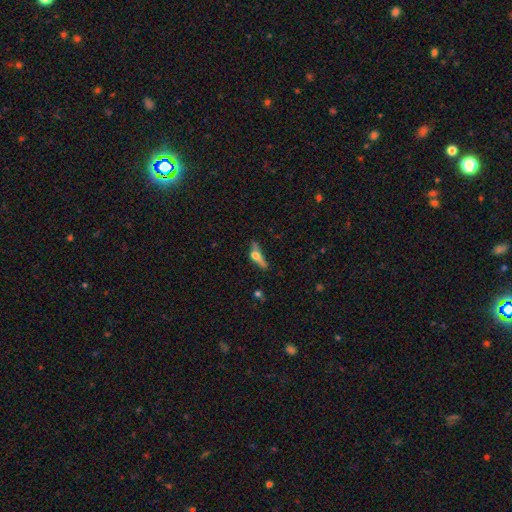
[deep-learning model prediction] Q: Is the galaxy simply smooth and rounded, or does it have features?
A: featured or disk — 52%.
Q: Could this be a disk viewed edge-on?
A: yes — 83%.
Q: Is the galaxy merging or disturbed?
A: none — 53%.